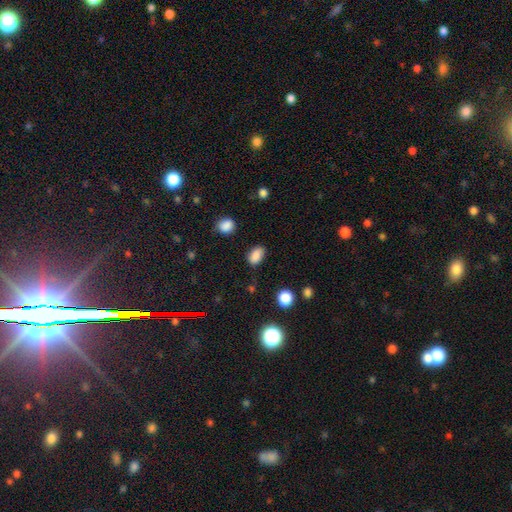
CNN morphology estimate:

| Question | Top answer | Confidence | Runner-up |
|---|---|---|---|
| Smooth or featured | smooth | 85% | star or artifact (10%) |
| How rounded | in between | 85% | round (13%) |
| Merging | none | 74% | minor disturbance (19%) |